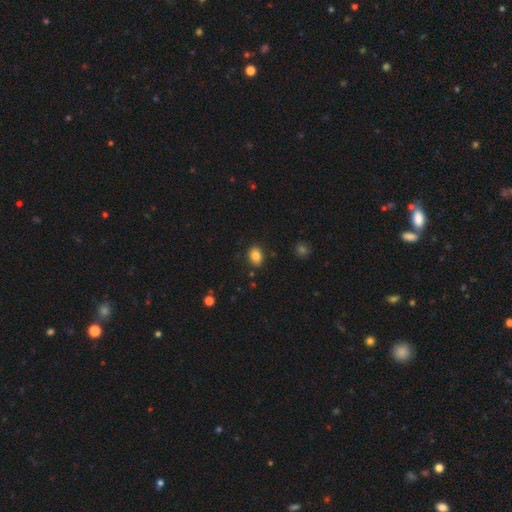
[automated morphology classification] smooth 85%, star or artifact 9%, featured or disk 6%. Down the decision tree: how rounded — in between (73%); merging — none (85%).